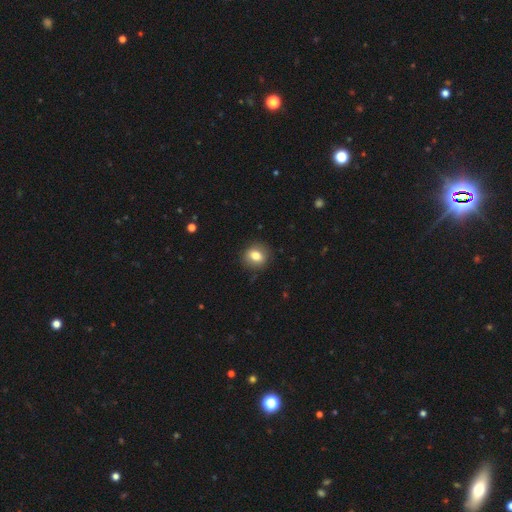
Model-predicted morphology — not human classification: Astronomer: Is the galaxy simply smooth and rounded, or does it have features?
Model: smooth — 79%.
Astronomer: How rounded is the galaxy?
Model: round — 64%.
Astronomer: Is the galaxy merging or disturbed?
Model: none — 86%.